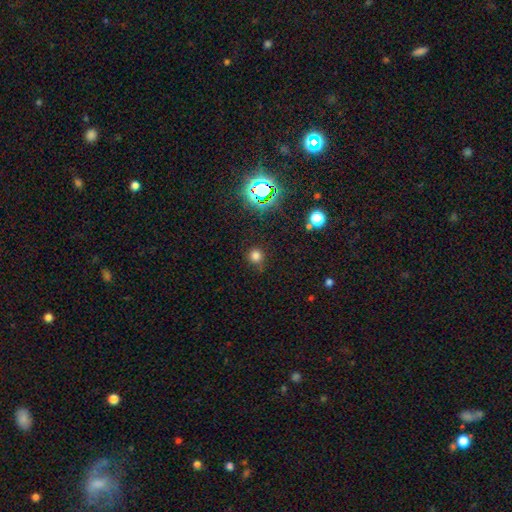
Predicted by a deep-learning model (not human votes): This is likely a smooth galaxy (73%). How rounded: clearly round (91%). Merging: likely none (78%).